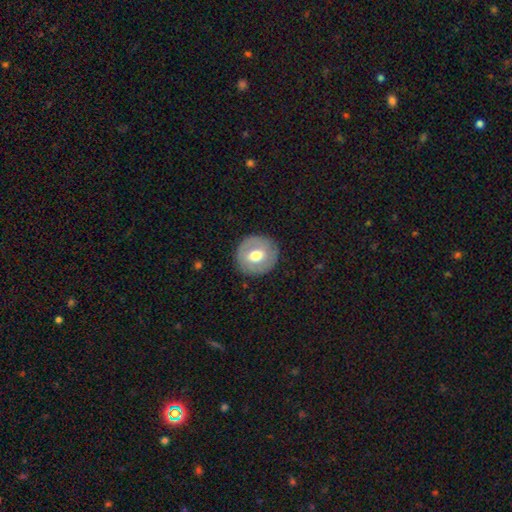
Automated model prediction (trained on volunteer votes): Smooth or featured? smooth (54%)
How rounded? round (90%)
Merging? none (87%)